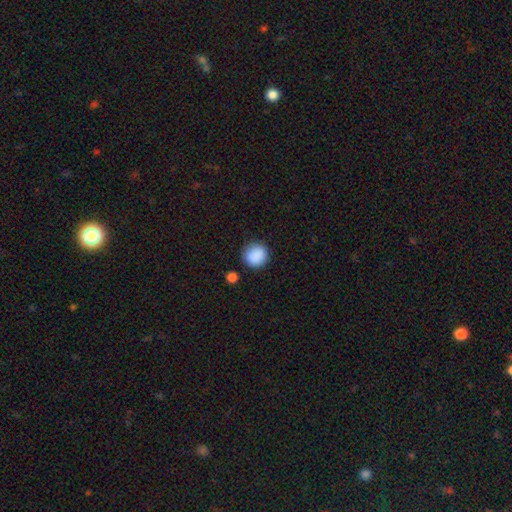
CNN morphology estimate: smooth 89%, star or artifact 8%, featured or disk 3%. Down the decision tree: how rounded — round (91%); merging — none (86%).